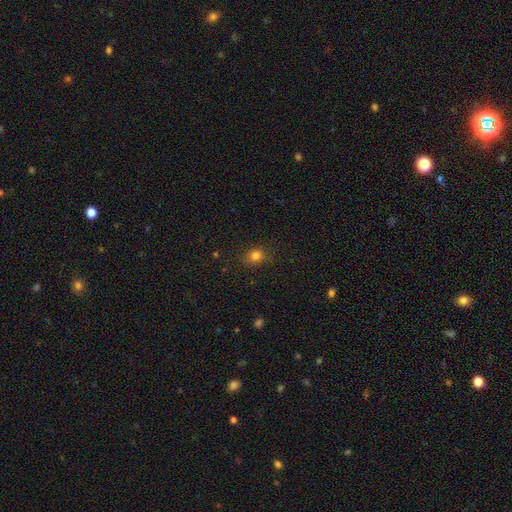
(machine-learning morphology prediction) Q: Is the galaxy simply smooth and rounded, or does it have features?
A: smooth — 81%.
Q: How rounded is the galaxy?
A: round — 65%.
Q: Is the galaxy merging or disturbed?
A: none — 85%.